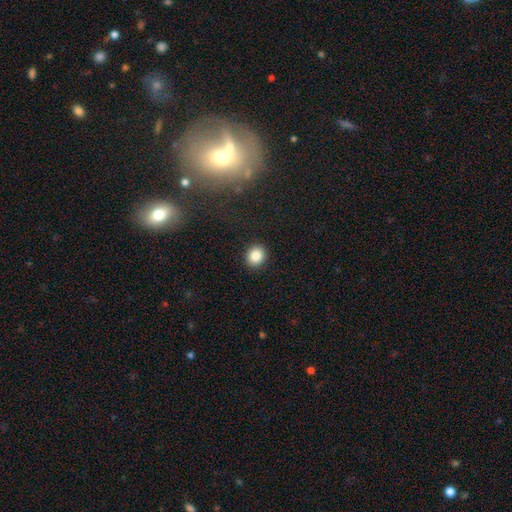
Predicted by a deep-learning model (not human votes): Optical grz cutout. It shows a smooth galaxy with no disk features (85%) that is round (81%). Merging: none (91%).